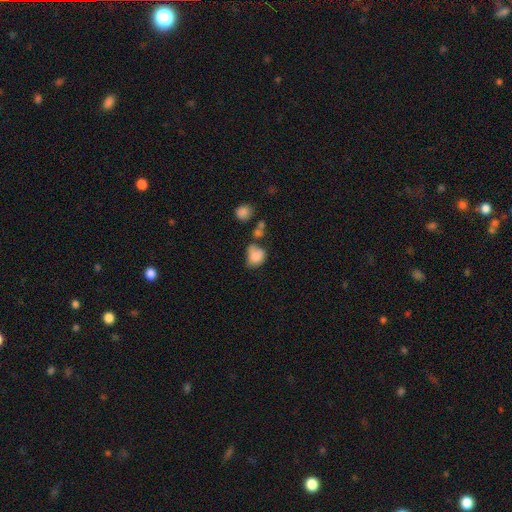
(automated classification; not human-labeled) A smooth galaxy with no disk features (80%) that is round (51%).

Vote fractions:
- Smooth or featured? smooth: 80% / featured or disk: 11% / star or artifact: 10%
- How rounded? round: 51% / in between: 48% / cigar-shaped: 1%
- Merging? none: 35% / minor disturbance: 28% / merger: 21% / major disturbance: 15%